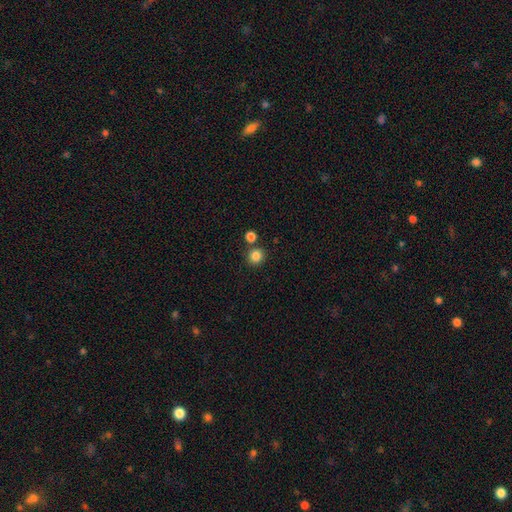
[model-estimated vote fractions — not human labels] Smooth or featured? Predicted: smooth (p=0.84). How rounded? Predicted: round (p=0.91). Merging? Predicted: none (p=0.78).